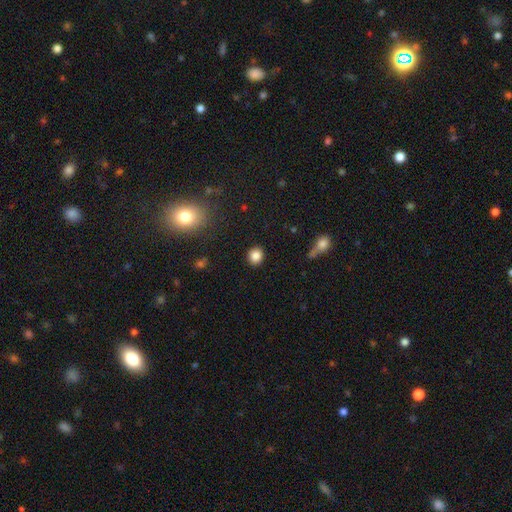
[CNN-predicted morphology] A smooth galaxy with no disk features (85%) that is round (80%). Merging: none (89%).